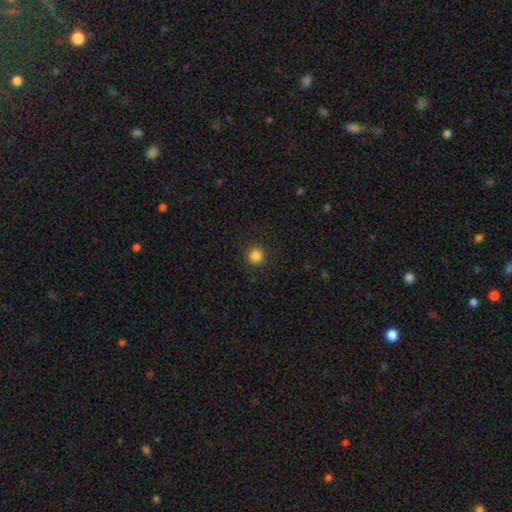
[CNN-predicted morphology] The model was most divided on "smooth or featured": smooth: 85%, star or artifact: 12%, featured or disk: 3%. More confident: how rounded — round (94%); merging — none (92%).